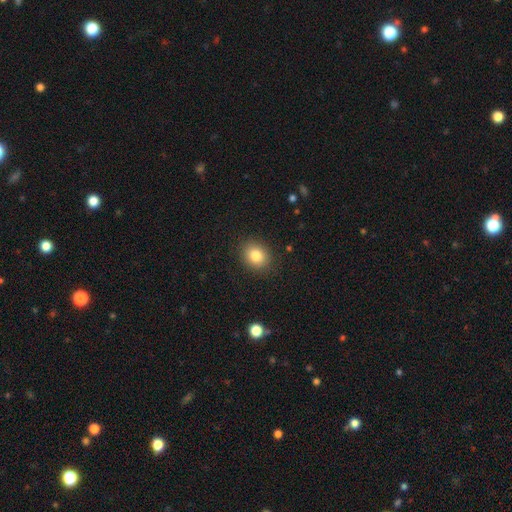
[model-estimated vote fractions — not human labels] smooth_or_featured: smooth (p=0.81) [alt: star or artifact p=0.11]
how_rounded: round (p=0.65) [alt: in between p=0.34]
merging: none (p=0.89) [alt: minor disturbance p=0.08]